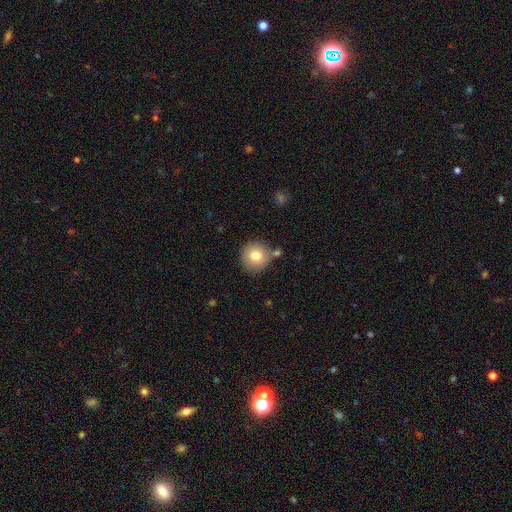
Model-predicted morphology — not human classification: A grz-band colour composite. It shows a smooth galaxy with no disk features (78%) that is round (93%). Merging: none (76%).